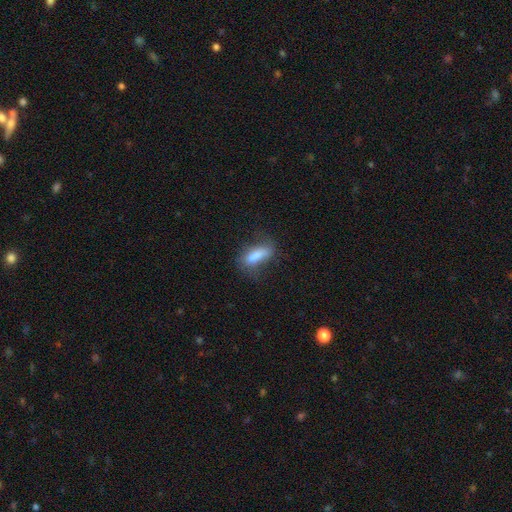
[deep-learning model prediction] Smooth or featured?
  - smooth: 72% *
  - featured or disk: 19%
  - star or artifact: 9%
How rounded?
  - in between: 65% *
  - cigar-shaped: 31%
  - round: 4%
Merging?
  - none: 42% *
  - minor disturbance: 27%
  - major disturbance: 20%
  - merger: 11%